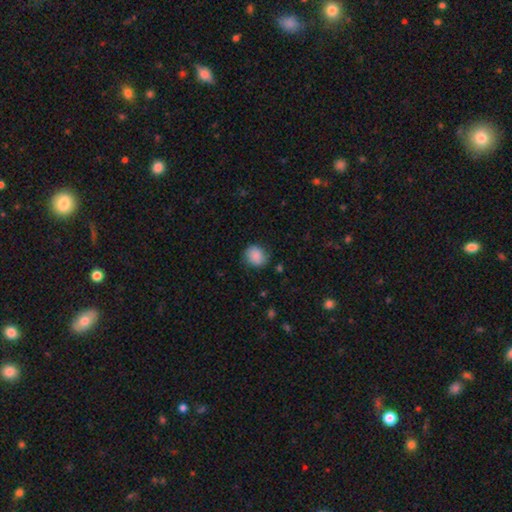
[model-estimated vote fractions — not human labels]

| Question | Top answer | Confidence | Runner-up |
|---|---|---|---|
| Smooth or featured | smooth | 87% | star or artifact (8%) |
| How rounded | round | 67% | in between (33%) |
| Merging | none | 78% | minor disturbance (17%) |